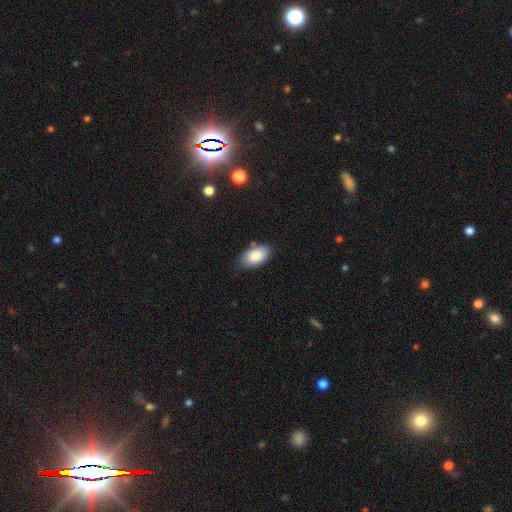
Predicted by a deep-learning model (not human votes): Smooth or featured? smooth (85%)
How rounded? in between (94%)
Merging? none (77%)